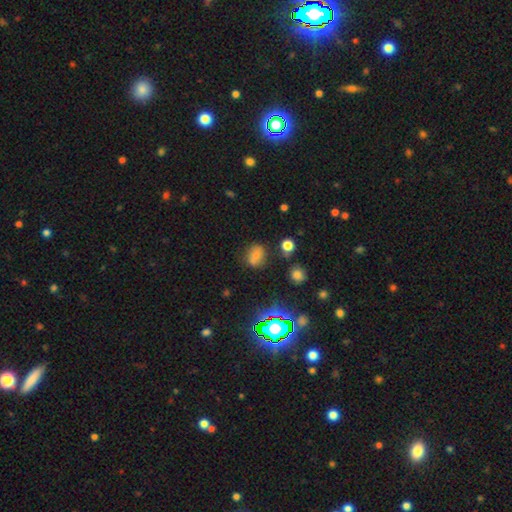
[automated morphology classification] A smooth galaxy with no disk features (61%) that is round (50%). Merging: none (68%).